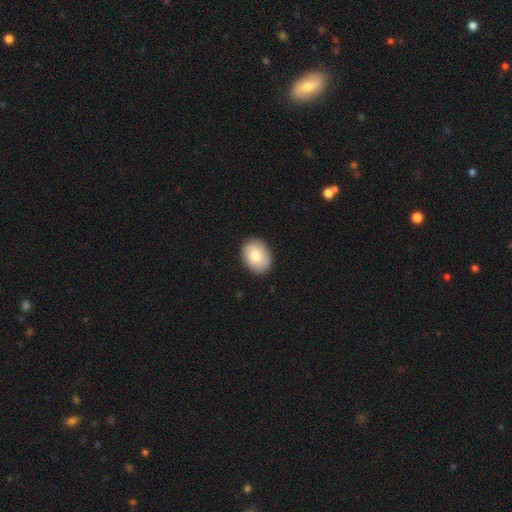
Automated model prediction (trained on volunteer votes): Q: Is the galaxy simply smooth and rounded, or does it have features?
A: smooth — 75%.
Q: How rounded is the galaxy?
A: in between — 69%.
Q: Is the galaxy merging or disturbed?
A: none — 84%.